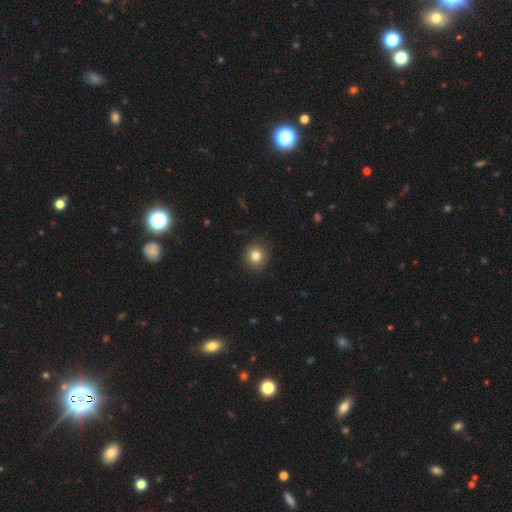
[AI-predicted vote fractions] Smooth or featured? smooth (82%)
How rounded? round (92%)
Merging? none (91%)